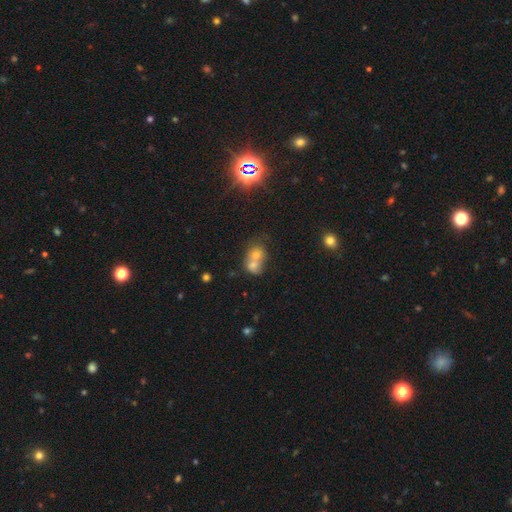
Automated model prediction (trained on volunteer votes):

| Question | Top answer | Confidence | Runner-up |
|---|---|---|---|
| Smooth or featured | smooth | 65% | featured or disk (21%) |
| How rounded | round | 57% | in between (42%) |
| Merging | merger | 72% | none (20%) |